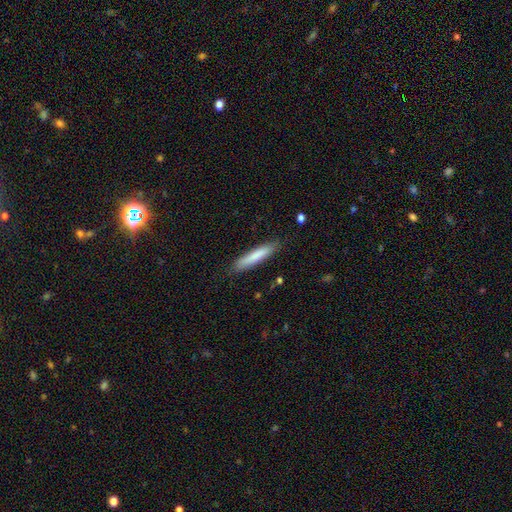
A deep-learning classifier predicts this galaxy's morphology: smooth_or_featured: smooth (p=0.80) [alt: featured or disk p=0.15]
how_rounded: cigar-shaped (p=0.89) [alt: in between p=0.09]
merging: none (p=0.87) [alt: minor disturbance p=0.10]